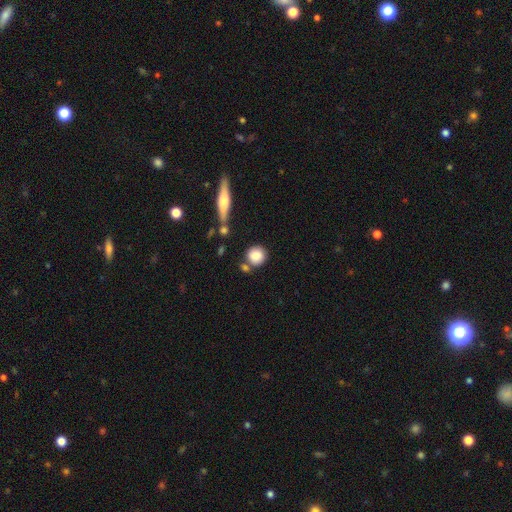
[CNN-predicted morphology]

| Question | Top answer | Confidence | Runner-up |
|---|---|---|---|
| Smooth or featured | smooth | 84% | star or artifact (8%) |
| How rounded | round | 87% | in between (12%) |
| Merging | none | 70% | merger (14%) |